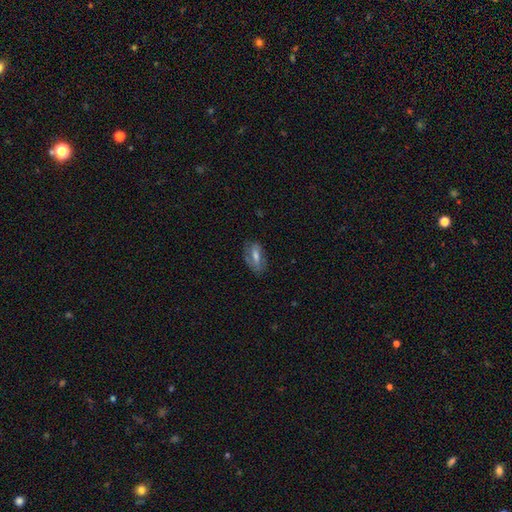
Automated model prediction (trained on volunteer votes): Smooth or featured: smooth — 48% (featured or disk — 39%)
Merging: none — 70% (minor disturbance — 20%)